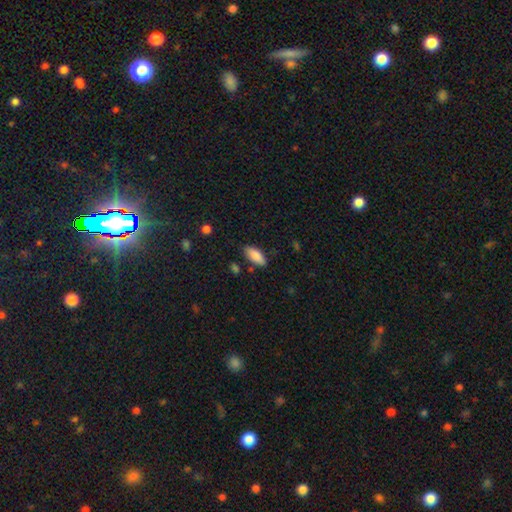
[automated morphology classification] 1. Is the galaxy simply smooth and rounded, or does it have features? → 87% smooth, 7% featured or disk, 6% star or artifact.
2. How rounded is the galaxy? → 84% in between, 15% cigar-shaped, 2% round.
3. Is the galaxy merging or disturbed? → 81% none, 13% minor disturbance, 3% merger, 3% major disturbance.